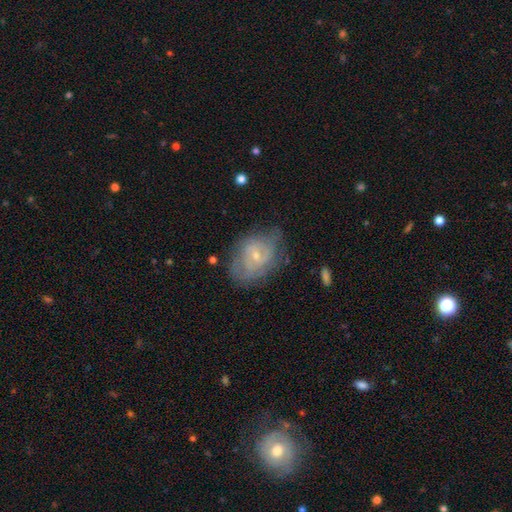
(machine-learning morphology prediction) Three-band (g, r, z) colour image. It shows a featured or disk galaxy (71%) with no bar (50%), tight (50%) spiral arms (81%) and a small central bulge (71%). Merging: none (62%).